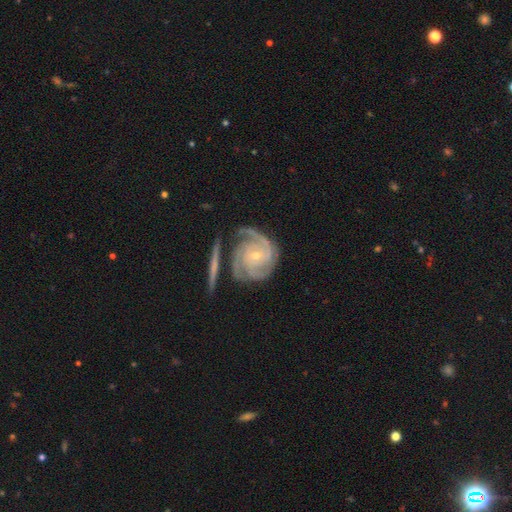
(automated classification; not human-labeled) This is clearly a featured or disk galaxy (90%). It is clearly not viewed edge-on (97%). Bar: likely no (63%). Spiral arm pattern: clearly yes (98%). Spiral arm count: marginally 3 (42%). Spiral winding: likely tight (72%). Central bulge: likely small (70%). Merging: likely none (62%).